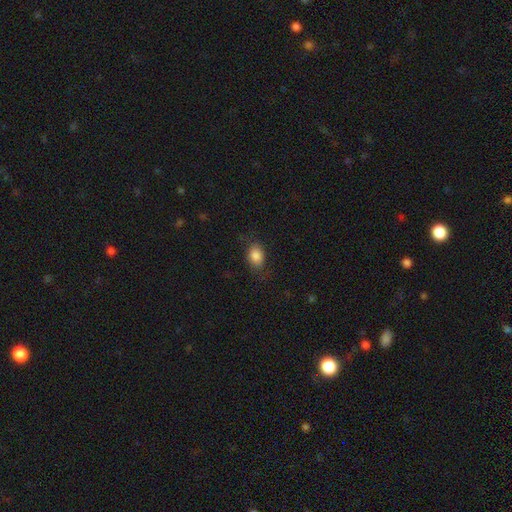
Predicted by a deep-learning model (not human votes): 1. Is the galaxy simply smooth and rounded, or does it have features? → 84% smooth, 8% star or artifact, 8% featured or disk.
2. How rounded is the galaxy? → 76% in between, 22% round, 1% cigar-shaped.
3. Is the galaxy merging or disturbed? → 75% none, 18% minor disturbance, 6% major disturbance, 1% merger.